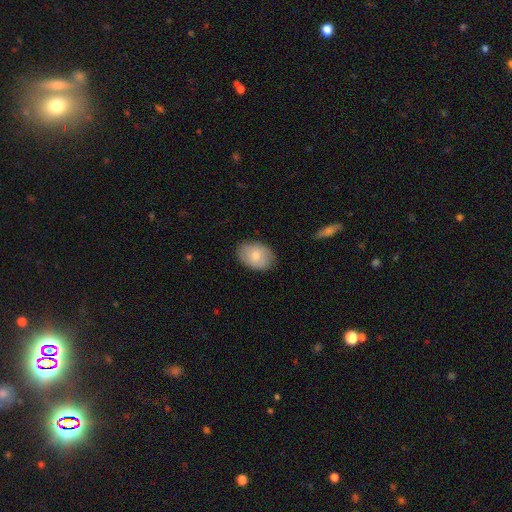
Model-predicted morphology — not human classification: This is likely a smooth galaxy (76%). How rounded: clearly in between (81%). Merging: clearly none (84%).